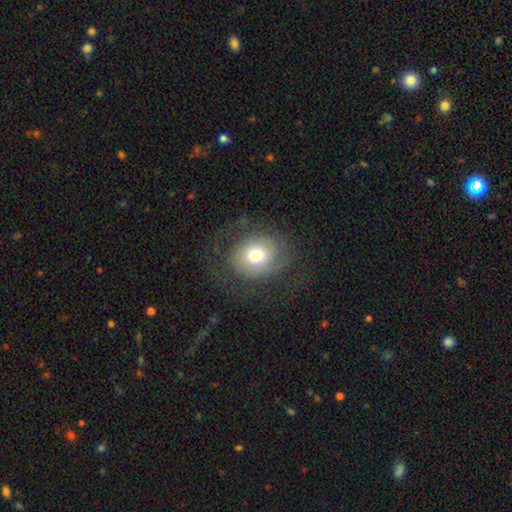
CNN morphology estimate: Smooth or featured? Predicted: smooth (p=0.51). How rounded? Predicted: round (p=0.66). Merging? Predicted: none (p=0.61).